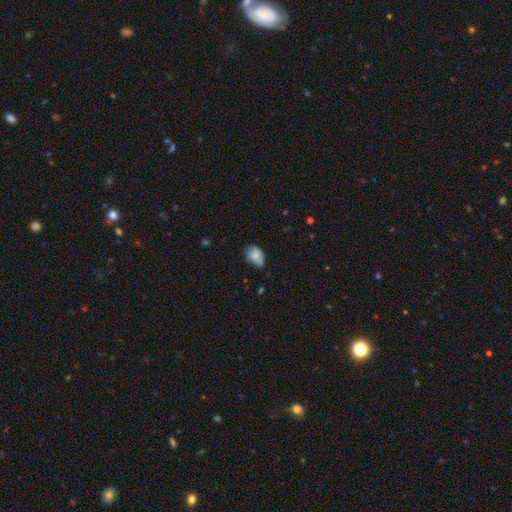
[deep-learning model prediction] Overall: smooth (72%). How rounded: in between (81%). Merging: none (48%; minor disturbance 36%).